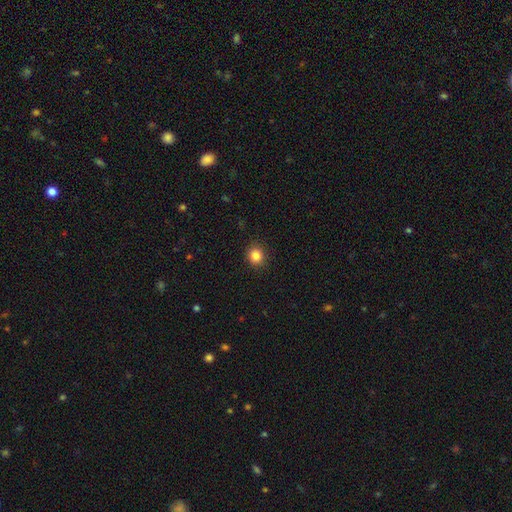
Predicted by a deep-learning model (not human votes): A smooth galaxy with no disk features (85%) that is round (83%). Merging: none (90%).